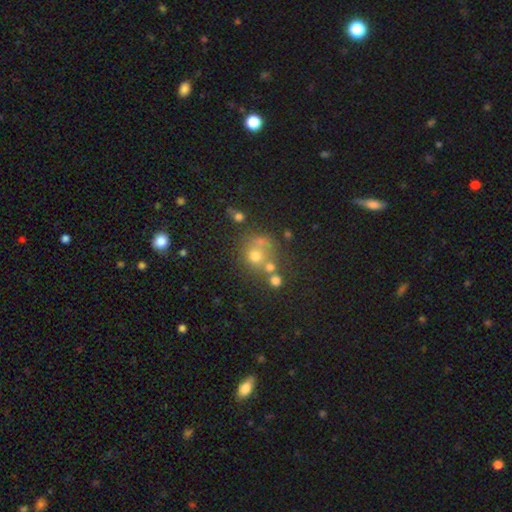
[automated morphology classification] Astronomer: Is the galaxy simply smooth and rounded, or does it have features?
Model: smooth — 55%.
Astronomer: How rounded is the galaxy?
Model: round — 81%.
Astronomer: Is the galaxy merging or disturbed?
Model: none — 48% (runner-up: merger, 35%).